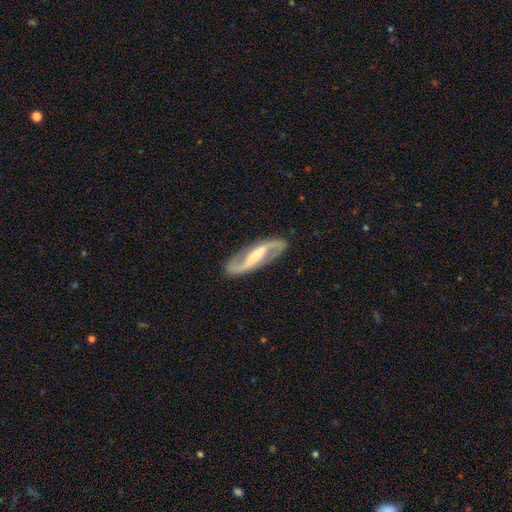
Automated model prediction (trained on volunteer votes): featured or disk 89%, smooth 7%, star or artifact 4%. Down the decision tree: edge-on disk — no (92%); bar — strong (49%); spiral arms — yes (96%); spiral arm count — 2 (94%); spiral winding — medium (44%); bulge size — moderate (42%); merging — none (86%).